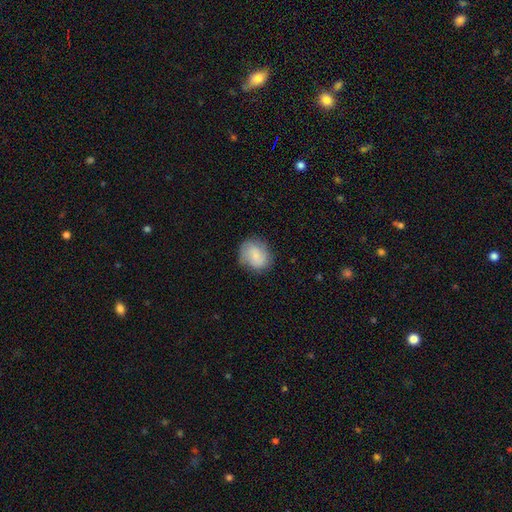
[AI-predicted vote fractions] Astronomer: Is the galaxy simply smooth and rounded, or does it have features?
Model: smooth — 72%.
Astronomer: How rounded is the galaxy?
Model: round — 63%.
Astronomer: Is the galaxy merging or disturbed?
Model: none — 71%.